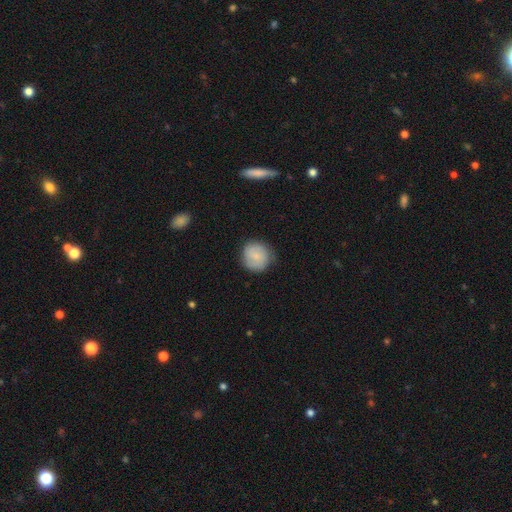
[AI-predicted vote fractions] A smooth galaxy with no disk features (71%) that is round (91%).

Vote fractions:
- Smooth or featured? smooth: 71% / featured or disk: 22% / star or artifact: 7%
- How rounded? round: 91% / in between: 8% / cigar-shaped: 1%
- Merging? none: 78% / minor disturbance: 16% / major disturbance: 4% / merger: 1%